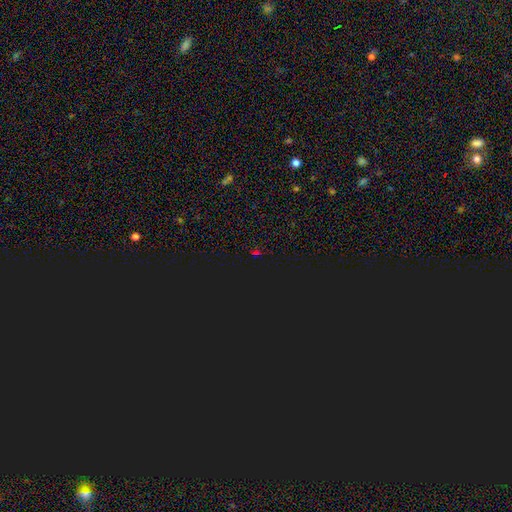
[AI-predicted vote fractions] This appears to be a star or artifact, not a galaxy (74%).